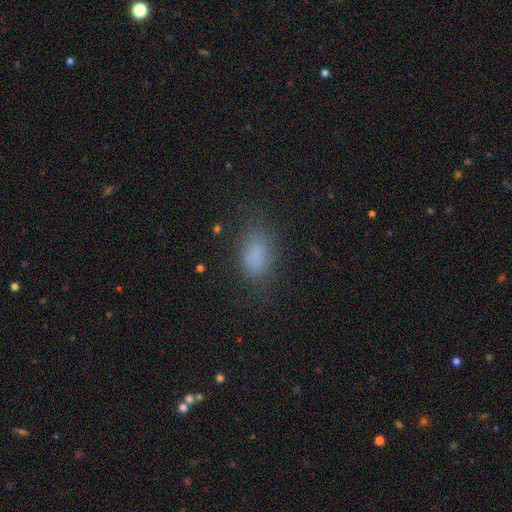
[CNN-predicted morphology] smooth 81%, star or artifact 13%, featured or disk 6%. Down the decision tree: how rounded — in between (86%); merging — none (72%).